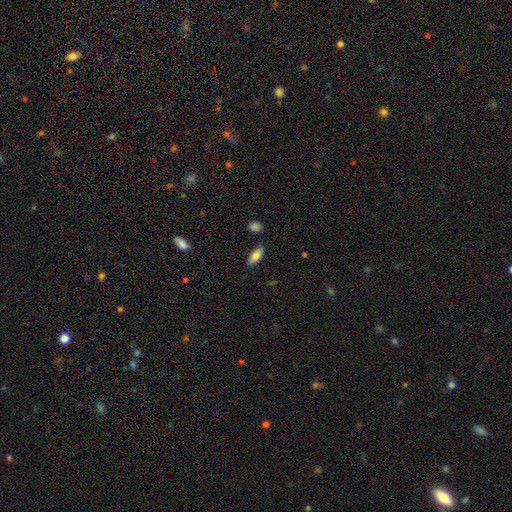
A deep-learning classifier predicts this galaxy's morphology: Q: Smooth or featured?
A: smooth (79%); runner-up: featured or disk (13%)
Q: How rounded?
A: in between (81%); runner-up: cigar-shaped (17%)
Q: Merging?
A: none (83%); runner-up: minor disturbance (12%)